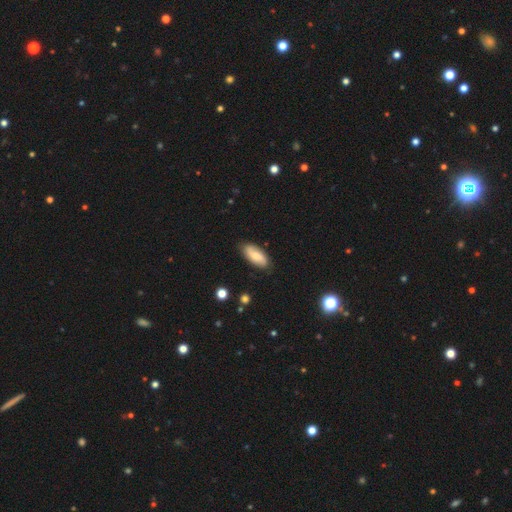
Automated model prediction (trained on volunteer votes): Smooth or featured? smooth (54%)
How rounded? in between (86%)
Merging? none (83%)